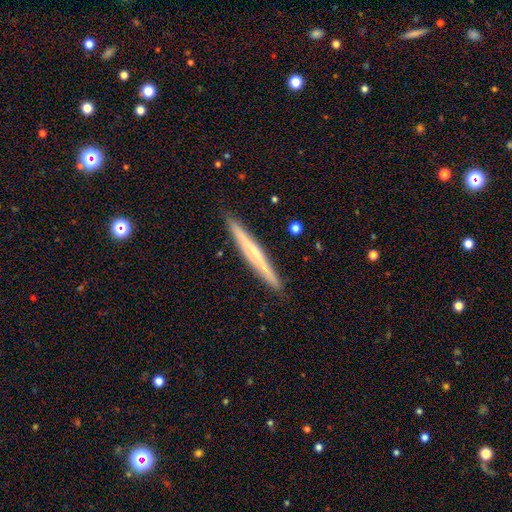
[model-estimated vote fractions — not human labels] The model was most divided on "smooth or featured": featured or disk: 50%, smooth: 43%, star or artifact: 7%. More confident: edge-on disk — yes (97%); merging — none (92%).